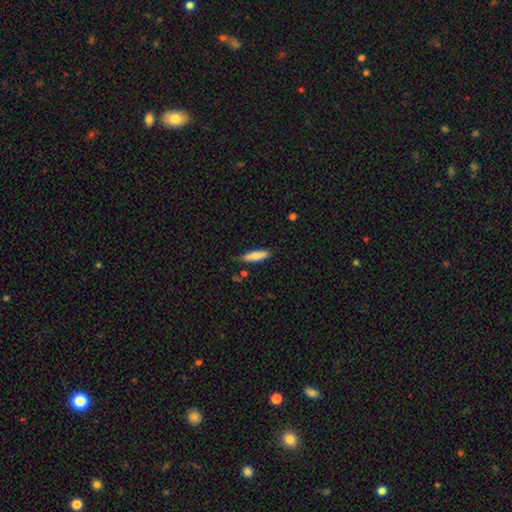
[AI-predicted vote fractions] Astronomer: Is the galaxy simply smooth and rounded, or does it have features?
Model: smooth — 78%.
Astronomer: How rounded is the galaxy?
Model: cigar-shaped — 74%.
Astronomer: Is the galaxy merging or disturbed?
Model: none — 79%.